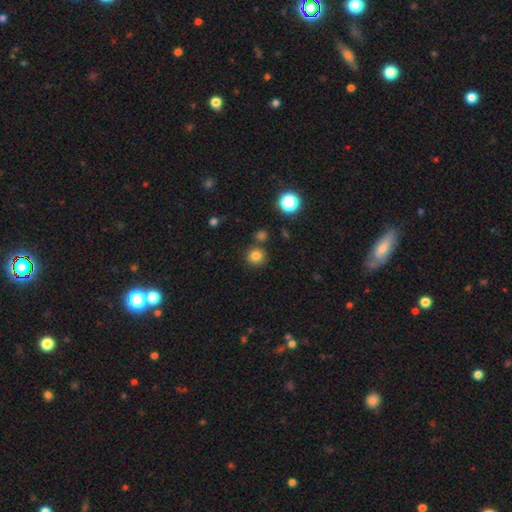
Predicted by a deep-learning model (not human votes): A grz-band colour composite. It shows a smooth galaxy with no disk features (81%) that is round (91%). Merging: none (80%).